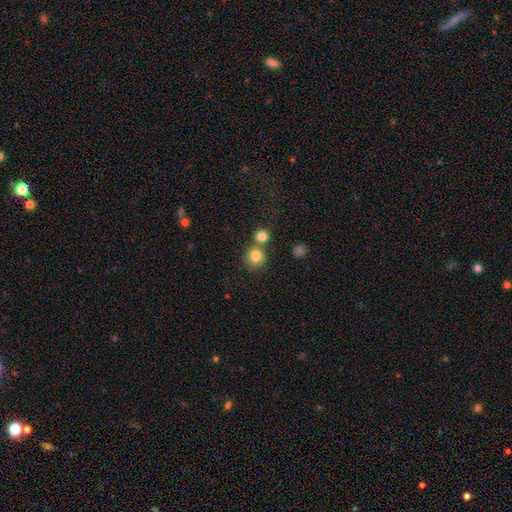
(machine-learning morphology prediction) Q: Smooth or featured?
A: smooth (82%); runner-up: star or artifact (11%)
Q: How rounded?
A: round (91%); runner-up: in between (8%)
Q: Merging?
A: none (61%); runner-up: merger (28%)